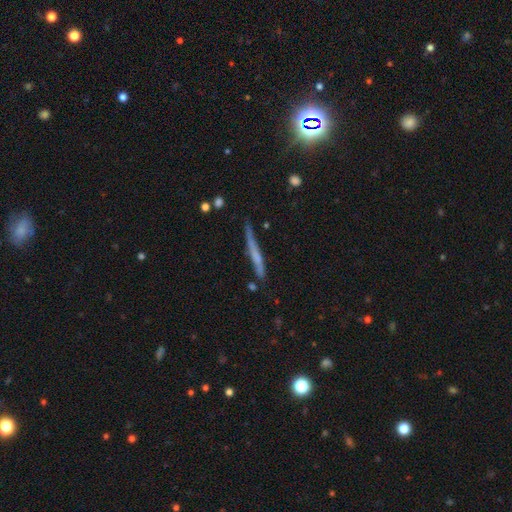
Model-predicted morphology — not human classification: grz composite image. It shows a featured or disk galaxy (46%, tied with smooth). Merging: none (74%).